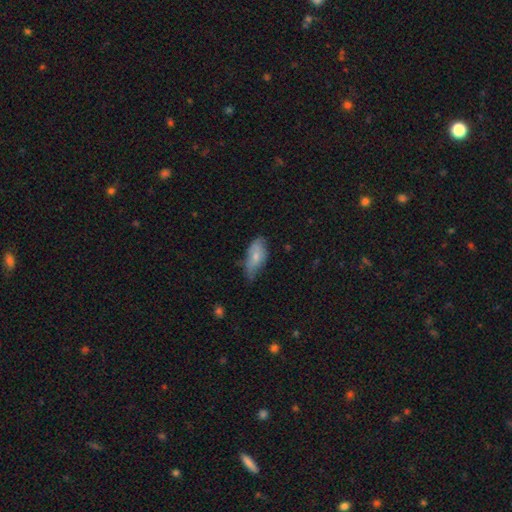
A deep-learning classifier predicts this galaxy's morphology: Smooth or featured: smooth — 67% (featured or disk — 26%)
How rounded: in between — 88% (cigar-shaped — 9%)
Merging: none — 47% (minor disturbance — 40%)